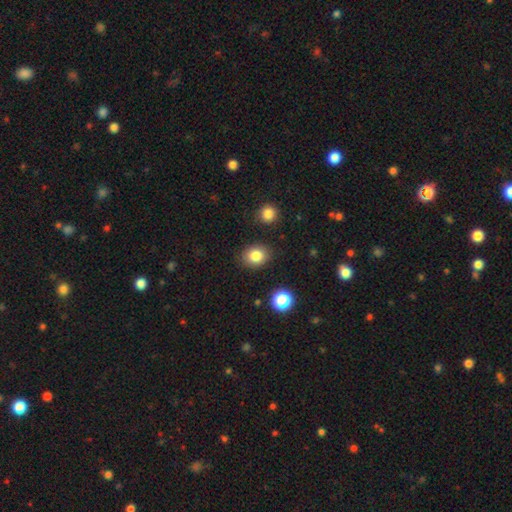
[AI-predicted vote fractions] This appears to be a smooth galaxy with no disk features (83%) that is round (54%). Merging: none (85%).